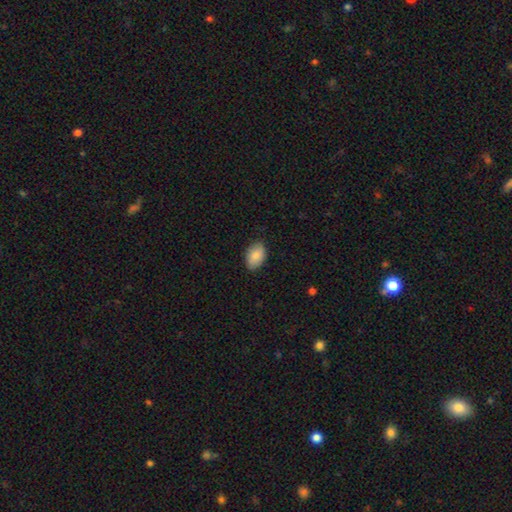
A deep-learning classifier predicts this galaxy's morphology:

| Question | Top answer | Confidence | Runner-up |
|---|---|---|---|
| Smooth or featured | smooth | 86% | featured or disk (8%) |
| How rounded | in between | 91% | round (7%) |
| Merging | none | 84% | minor disturbance (13%) |